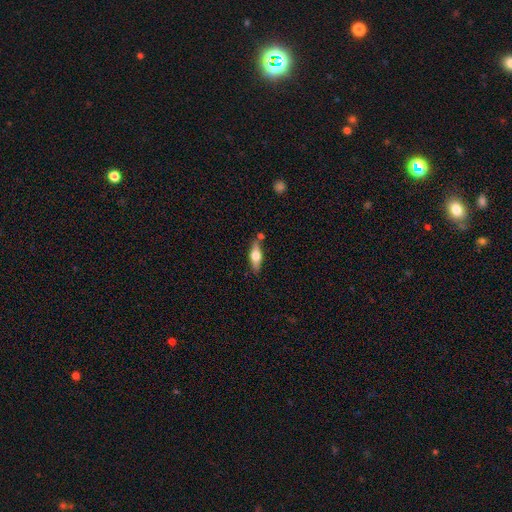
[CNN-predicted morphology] This appears to be a featured or disk galaxy (51%) viewed edge-on (91%). Merging: none (74%).